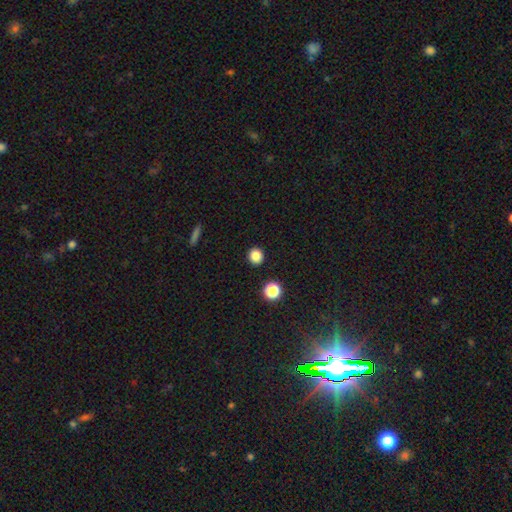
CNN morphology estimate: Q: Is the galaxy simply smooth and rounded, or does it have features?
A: smooth — 84%.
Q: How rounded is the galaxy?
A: round — 86%.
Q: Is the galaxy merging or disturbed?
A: none — 91%.